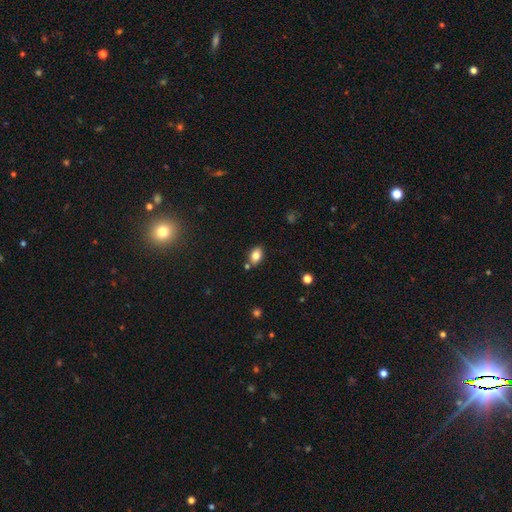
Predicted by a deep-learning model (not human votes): This is likely a smooth galaxy (80%). How rounded: clearly in between (85%). Merging: likely none (77%).